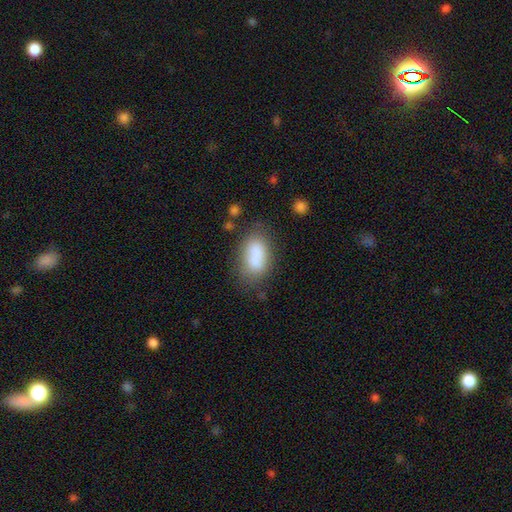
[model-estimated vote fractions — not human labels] Smooth or featured? Predicted: smooth (p=0.81). How rounded? Predicted: in between (p=0.90). Merging? Predicted: none (p=0.60).